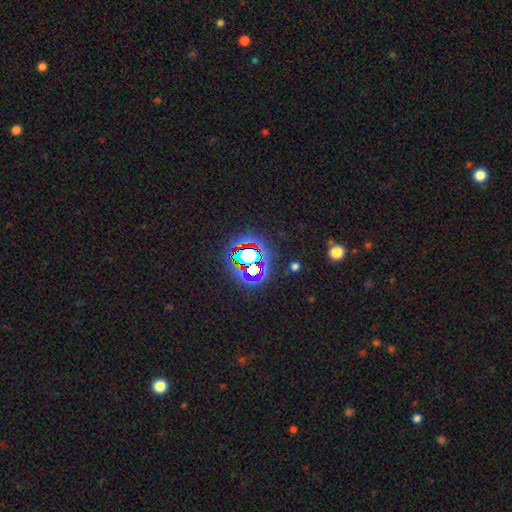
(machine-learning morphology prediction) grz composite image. It shows a star or artifact, not a galaxy (73%).